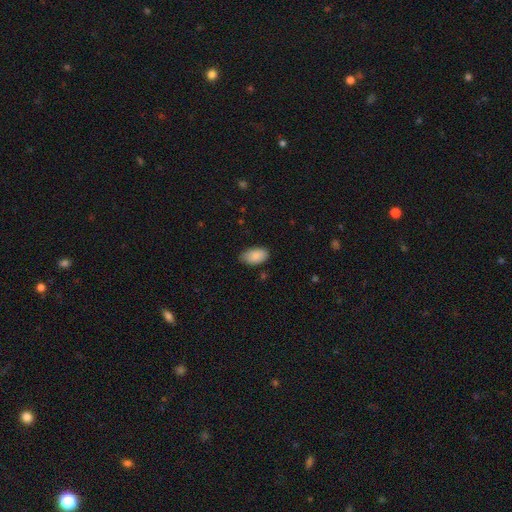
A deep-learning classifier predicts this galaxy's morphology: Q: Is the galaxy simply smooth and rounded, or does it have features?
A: smooth — 88%.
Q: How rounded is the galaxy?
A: in between — 95%.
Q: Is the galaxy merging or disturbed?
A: none — 79%.